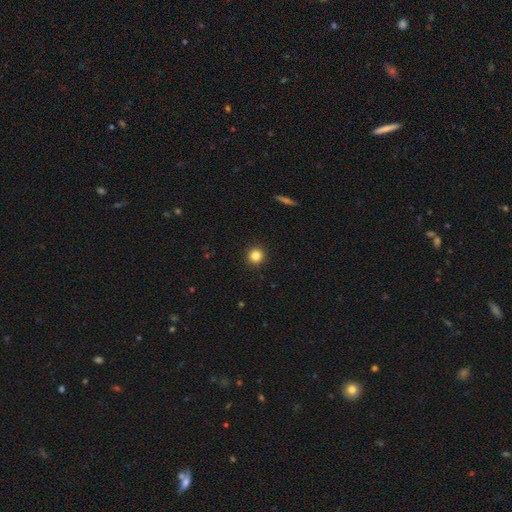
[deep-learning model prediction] This is clearly a smooth galaxy (84%). How rounded: clearly round (95%). Merging: clearly none (93%).